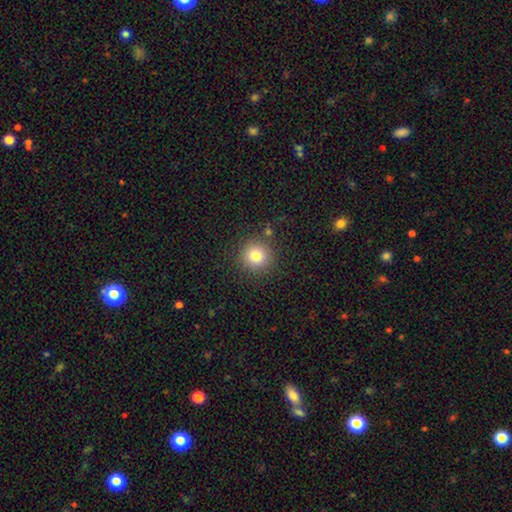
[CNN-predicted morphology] The model was most divided on "smooth or featured": smooth: 80%, star or artifact: 13%, featured or disk: 7%. More confident: how rounded — round (94%); merging — none (87%).